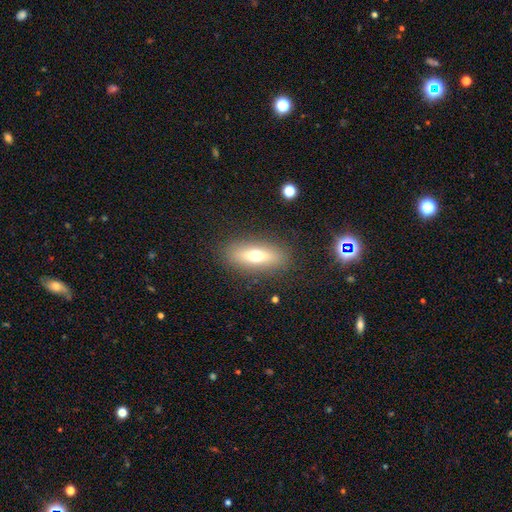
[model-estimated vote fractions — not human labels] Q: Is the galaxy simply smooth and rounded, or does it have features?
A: smooth — 61%.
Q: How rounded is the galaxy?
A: in between — 62%.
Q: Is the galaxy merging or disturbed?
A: none — 87%.